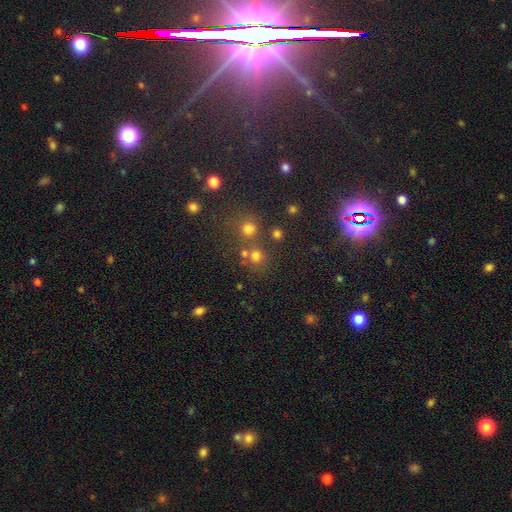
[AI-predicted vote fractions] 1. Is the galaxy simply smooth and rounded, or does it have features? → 64% smooth, 27% star or artifact, 9% featured or disk.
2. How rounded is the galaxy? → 88% round, 11% in between, 1% cigar-shaped.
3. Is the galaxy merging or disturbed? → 65% none, 23% merger, 8% minor disturbance, 4% major disturbance.